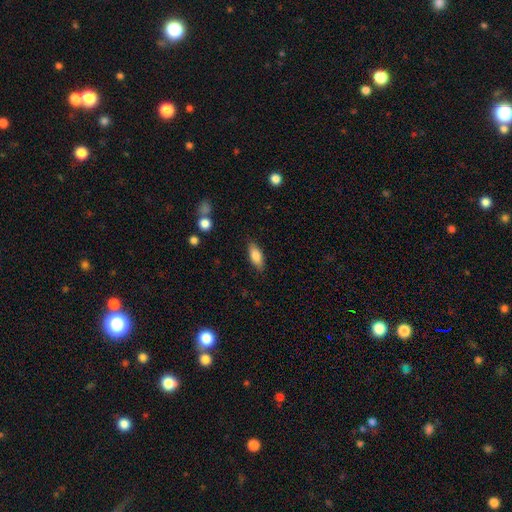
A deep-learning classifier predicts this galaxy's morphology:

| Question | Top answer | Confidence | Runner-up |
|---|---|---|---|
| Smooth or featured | smooth | 82% | featured or disk (12%) |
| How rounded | in between | 78% | cigar-shaped (19%) |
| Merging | none | 85% | minor disturbance (11%) |